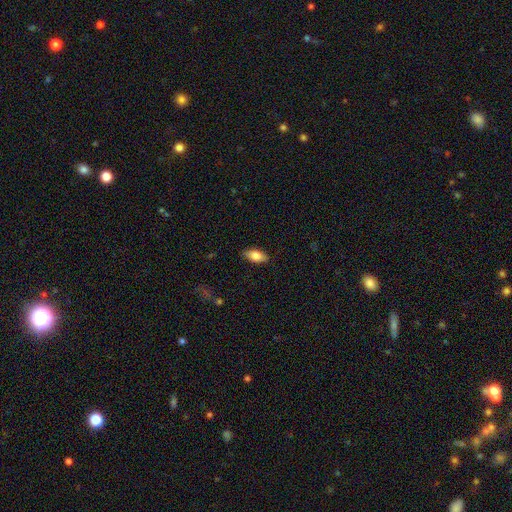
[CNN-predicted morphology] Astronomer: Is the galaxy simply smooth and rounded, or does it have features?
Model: smooth — 80%.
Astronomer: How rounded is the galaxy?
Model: in between — 88%.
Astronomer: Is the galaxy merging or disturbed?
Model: none — 86%.